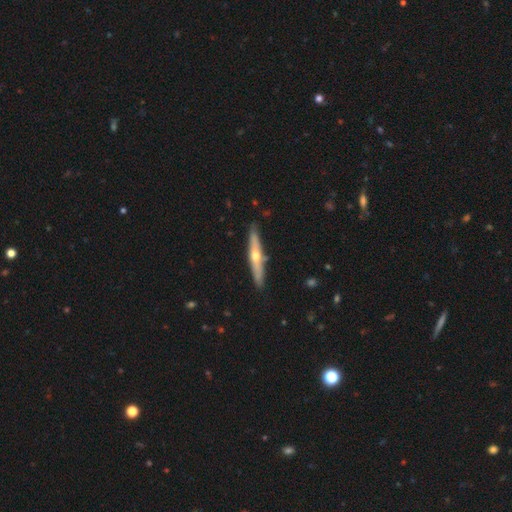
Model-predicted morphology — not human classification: Smooth or featured: featured or disk — 64% (smooth — 31%)
Edge-on disk: yes — 93% (no — 7%)
Edge-on bulge: rounded — 87% (none — 10%)
Merging: none — 86% (minor disturbance — 9%)